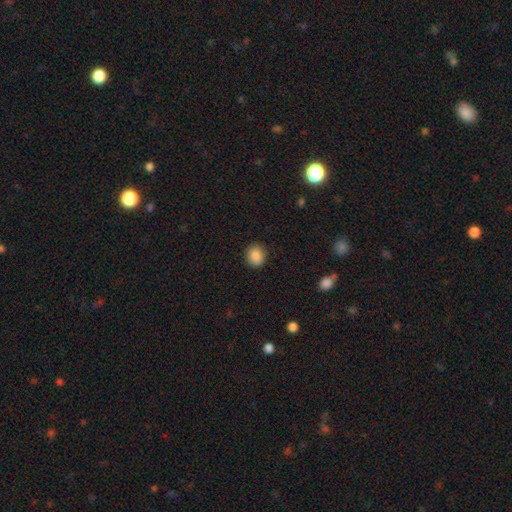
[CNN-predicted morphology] This appears to be a smooth galaxy with no disk features (88%) that is round (71%). Merging: none (88%).